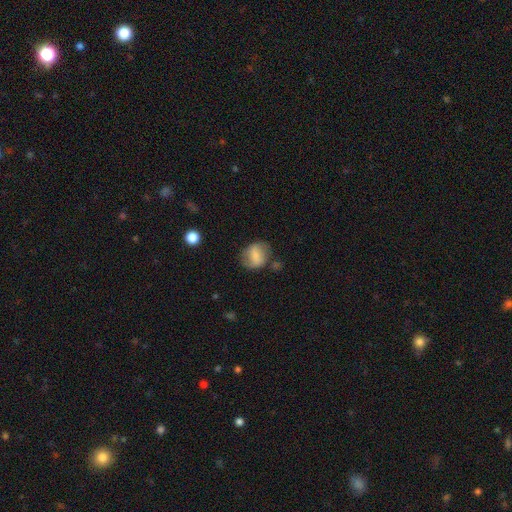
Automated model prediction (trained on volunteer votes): Q: Smooth or featured?
A: smooth (61%); runner-up: featured or disk (31%)
Q: How rounded?
A: round (54%); runner-up: in between (45%)
Q: Merging?
A: none (65%); runner-up: minor disturbance (22%)